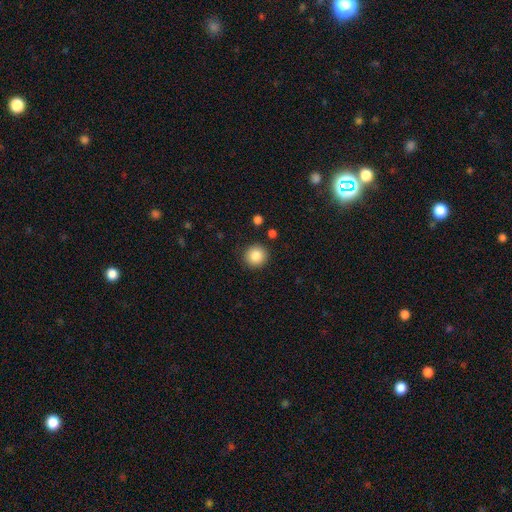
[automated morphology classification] A smooth galaxy with no disk features (85%) that is round (93%).

Vote fractions:
- Smooth or featured? smooth: 85% / star or artifact: 9% / featured or disk: 6%
- How rounded? round: 93% / in between: 6% / cigar-shaped: 1%
- Merging? none: 90% / minor disturbance: 6% / major disturbance: 2% / merger: 2%